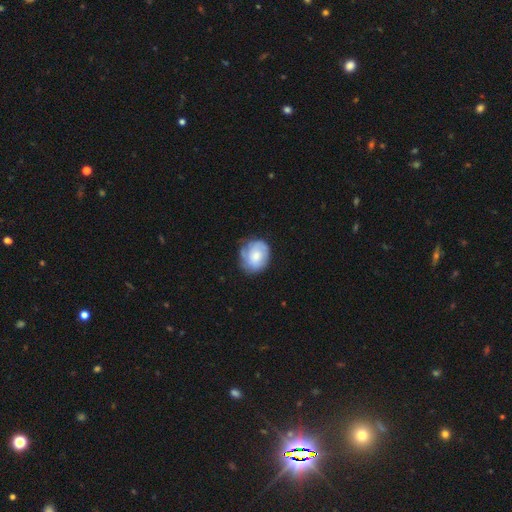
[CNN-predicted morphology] type=smooth (55%); roundness=round (60%); merging=none (62%).